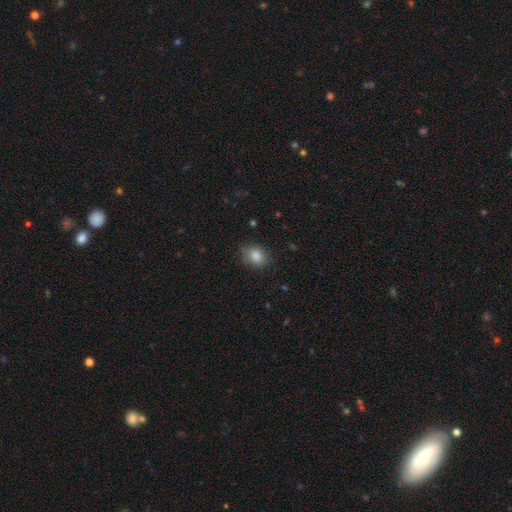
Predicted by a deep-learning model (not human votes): Morphology: type=smooth (85%); roundness=round (51%); merging=none (79%).